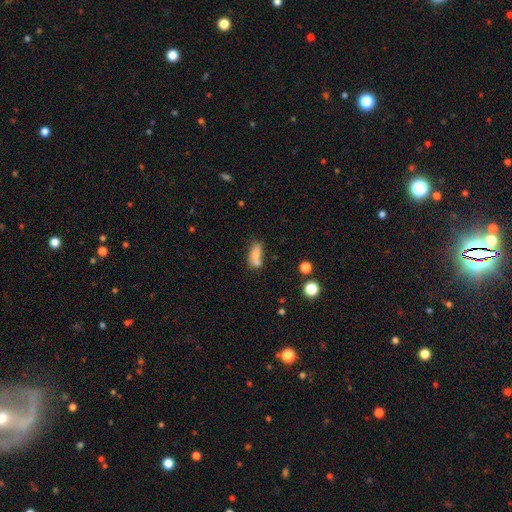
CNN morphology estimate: smooth_or_featured: smooth (p=0.73) [alt: featured or disk p=0.16]
how_rounded: in between (p=0.72) [alt: cigar-shaped p=0.21]
merging: merger (p=0.39) [alt: none p=0.38]